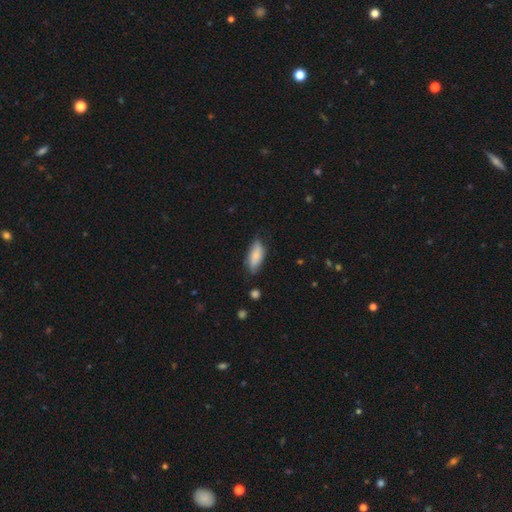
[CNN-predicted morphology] This is likely a smooth galaxy (78%). How rounded: clearly in between (82%). Merging: likely none (69%).